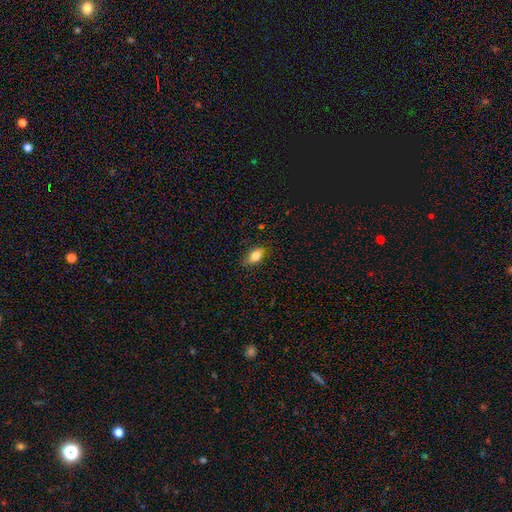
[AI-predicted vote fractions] Q: Smooth or featured?
A: smooth (81%); runner-up: featured or disk (10%)
Q: How rounded?
A: in between (85%); runner-up: round (10%)
Q: Merging?
A: none (78%); runner-up: minor disturbance (18%)